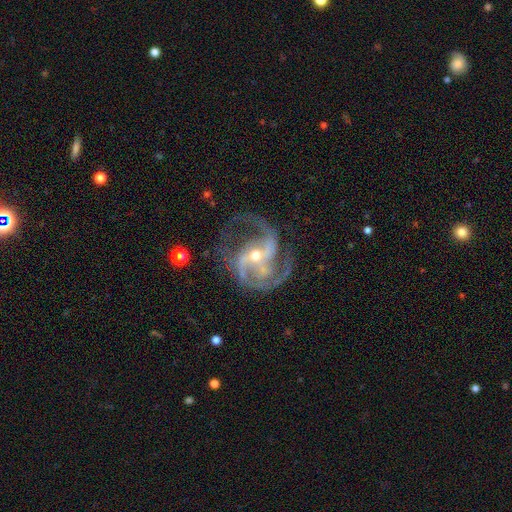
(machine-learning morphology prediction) type=featured or disk (92%); edge-on=no (98%); bar=strong (45%); spiral arms=yes (98%); winding=medium (60%); arm count=2 (73%); bulge=small (50%); merging=none (65%).